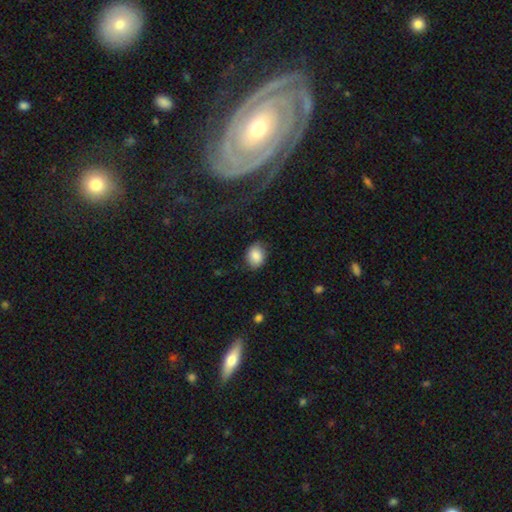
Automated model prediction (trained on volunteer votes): Smooth or featured? smooth (86%)
How rounded? in between (57%)
Merging? none (78%)